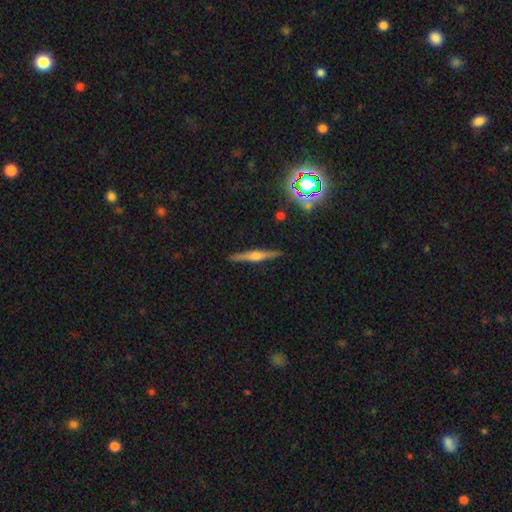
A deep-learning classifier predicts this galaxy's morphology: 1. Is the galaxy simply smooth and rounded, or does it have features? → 71% featured or disk, 22% smooth, 8% star or artifact.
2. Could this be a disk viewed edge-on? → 98% yes, 2% no.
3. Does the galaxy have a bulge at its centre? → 85% rounded, 9% boxy, 6% none.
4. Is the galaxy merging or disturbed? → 89% none, 8% minor disturbance, 2% major disturbance, 1% merger.